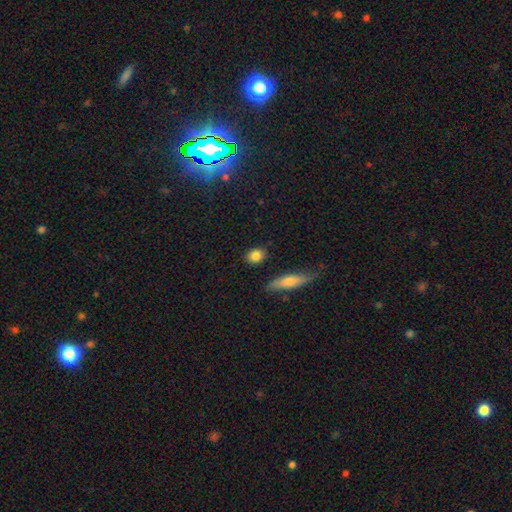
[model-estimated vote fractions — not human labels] This is clearly a smooth galaxy (84%). How rounded: possibly in between (50%). Merging: clearly none (86%).